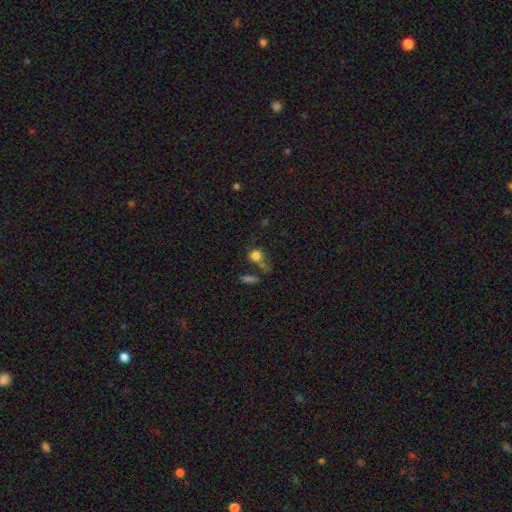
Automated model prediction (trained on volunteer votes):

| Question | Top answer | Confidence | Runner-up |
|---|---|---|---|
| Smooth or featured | smooth | 79% | star or artifact (13%) |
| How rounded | round | 82% | in between (16%) |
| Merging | none | 52% | merger (22%) |